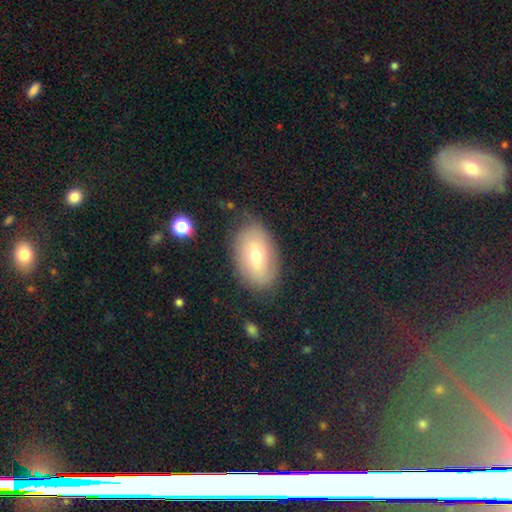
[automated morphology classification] Q: Smooth or featured?
A: smooth (60%); runner-up: featured or disk (31%)
Q: How rounded?
A: in between (90%); runner-up: round (9%)
Q: Merging?
A: none (75%); runner-up: minor disturbance (18%)